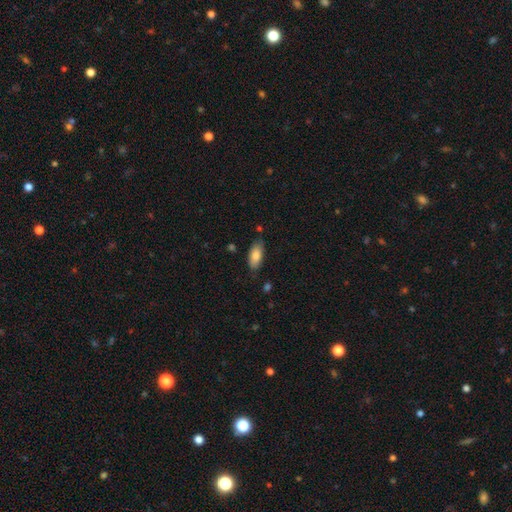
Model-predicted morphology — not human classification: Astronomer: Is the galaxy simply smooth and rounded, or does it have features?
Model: smooth — 83%.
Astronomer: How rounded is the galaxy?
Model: in between — 89%.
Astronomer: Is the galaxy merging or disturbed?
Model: none — 78%.